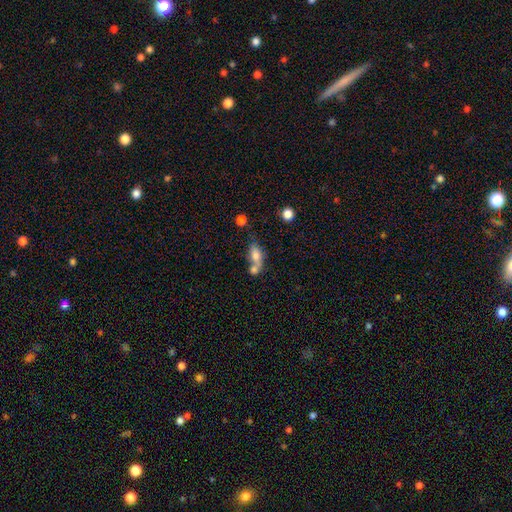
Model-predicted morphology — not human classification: A smooth galaxy with no disk features (70%) that is in between round and cigar-shaped (76%). Merging: merger (52%).